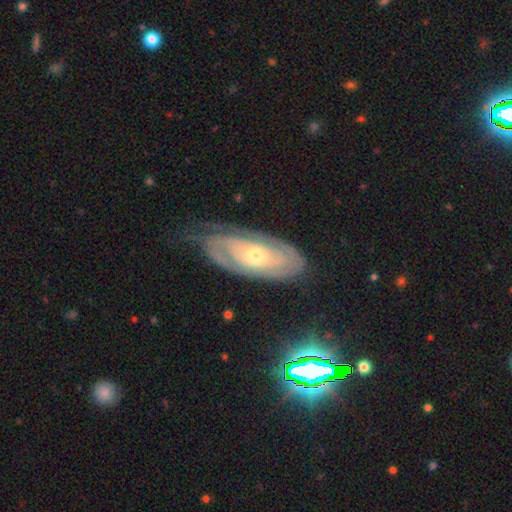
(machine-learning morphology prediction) type=featured or disk (82%); edge-on=no (92%); bar=no (72%); spiral arms=yes (92%); winding=tight (76%); arm count=can't tell (44%); bulge=small (58%); merging=none (67%).